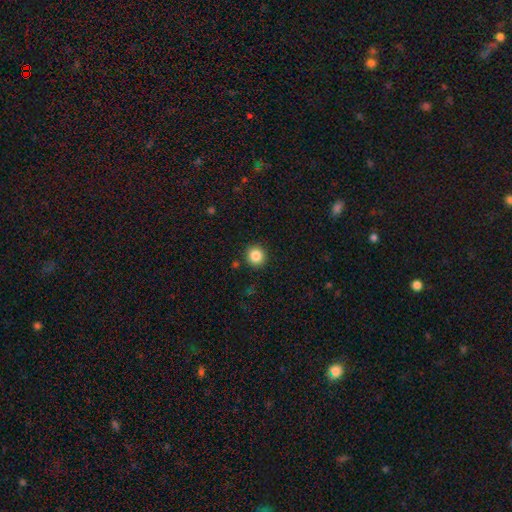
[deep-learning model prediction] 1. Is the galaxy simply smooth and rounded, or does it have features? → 85% smooth, 10% star or artifact, 5% featured or disk.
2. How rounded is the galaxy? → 92% round, 7% in between, 1% cigar-shaped.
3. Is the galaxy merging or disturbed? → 90% none, 6% minor disturbance, 2% major disturbance, 2% merger.